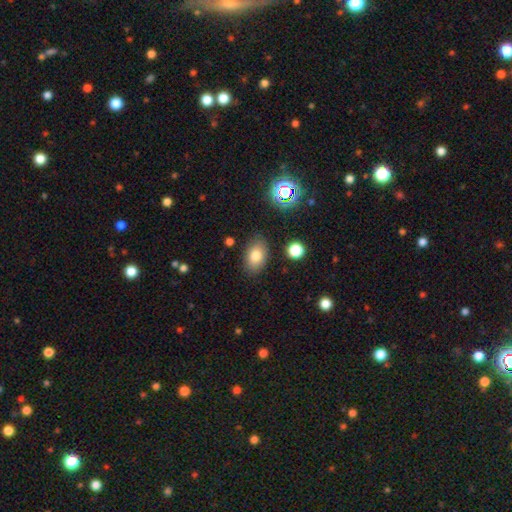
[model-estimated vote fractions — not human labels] A smooth galaxy with no disk features (79%) that is in between round and cigar-shaped (87%).

Vote fractions:
- Smooth or featured? smooth: 79% / star or artifact: 11% / featured or disk: 10%
- How rounded? in between: 87% / round: 11% / cigar-shaped: 2%
- Merging? none: 84% / minor disturbance: 11% / major disturbance: 3% / merger: 2%